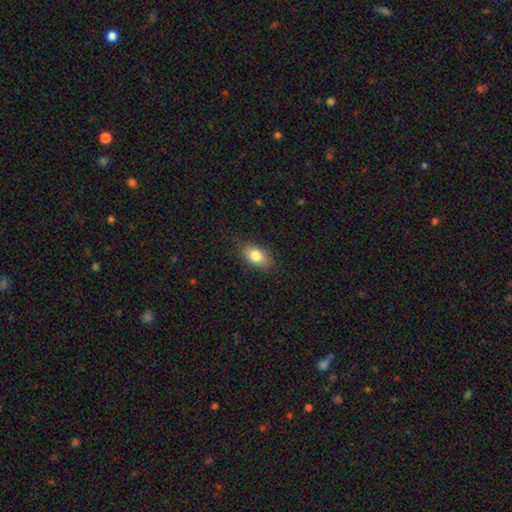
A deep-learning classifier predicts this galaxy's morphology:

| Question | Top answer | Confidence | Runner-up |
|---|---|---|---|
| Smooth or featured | smooth | 81% | featured or disk (11%) |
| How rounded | in between | 90% | round (7%) |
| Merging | none | 84% | minor disturbance (12%) |